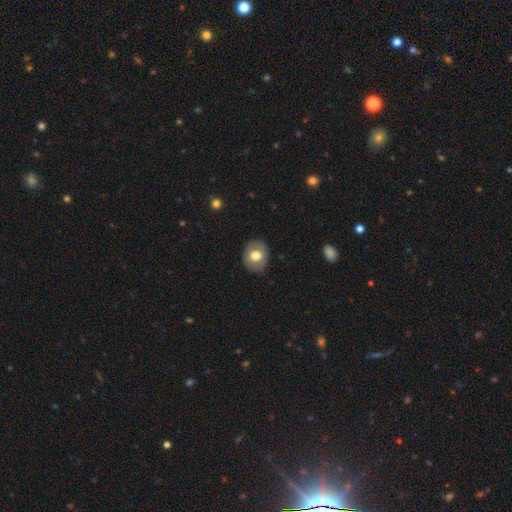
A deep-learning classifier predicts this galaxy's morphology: Smooth or featured? smooth (71%)
How rounded? round (58%)
Merging? none (85%)